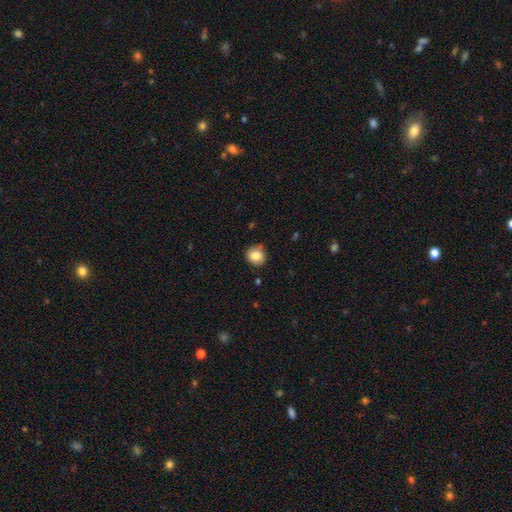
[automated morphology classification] Smooth or featured? Predicted: smooth (p=0.84). How rounded? Predicted: round (p=0.83). Merging? Predicted: none (p=0.79).